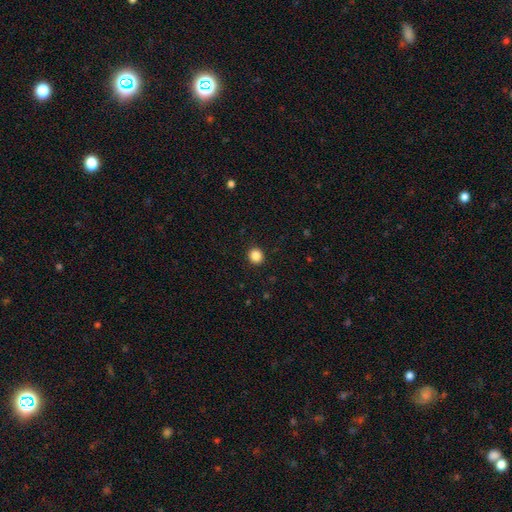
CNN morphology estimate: Q: Smooth or featured?
A: smooth (87%); runner-up: star or artifact (10%)
Q: How rounded?
A: round (90%); runner-up: in between (9%)
Q: Merging?
A: none (92%); runner-up: minor disturbance (5%)